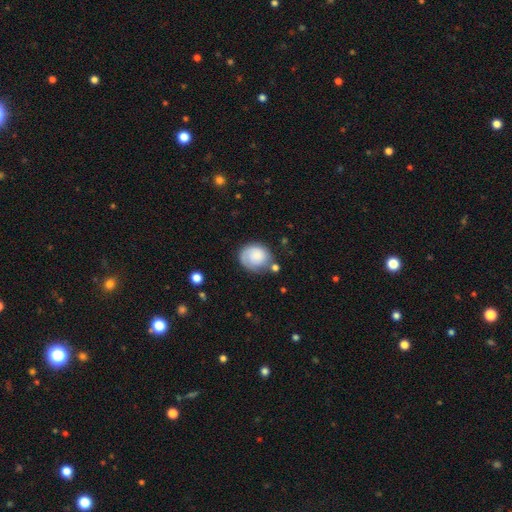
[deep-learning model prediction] This is likely a smooth galaxy (65%). How rounded: likely round (69%). Merging: likely none (61%).